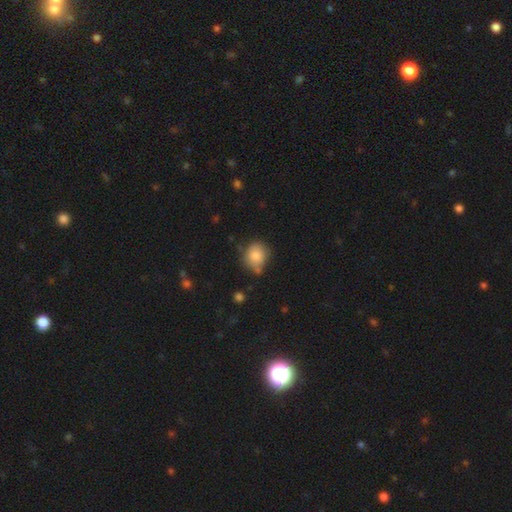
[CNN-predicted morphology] smooth_or_featured: smooth (p=0.81) [alt: featured or disk p=0.10]
how_rounded: round (p=0.71) [alt: in between p=0.28]
merging: none (p=0.58) [alt: minor disturbance p=0.28]